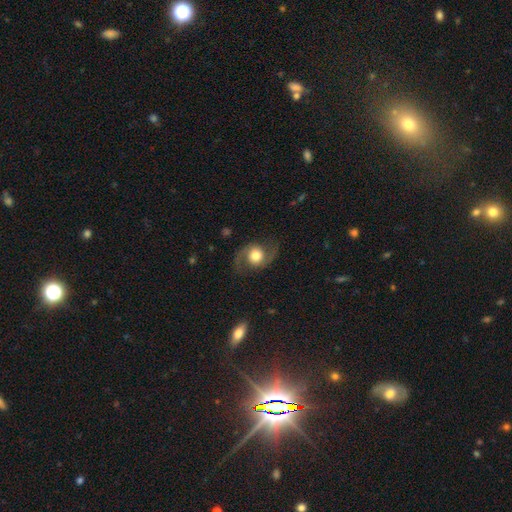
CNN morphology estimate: Smooth or featured?
  - featured or disk: 76% *
  - smooth: 17%
  - star or artifact: 7%
Edge-on disk?
  - no: 97% *
  - yes: 3%
Bar?
  - no: 70% *
  - weak: 23%
  - strong: 6%
Spiral arms?
  - yes: 93% *
  - no: 7%
Spiral winding?
  - loose: 49% *
  - medium: 43%
  - tight: 8%
Spiral arm count?
  - 2: 93% *
  - can't tell: 2%
  - 1: 2%
  - 3: 1%
  - 4: 1%
  - more than 4: 1%
Bulge size?
  - moderate: 50% *
  - large: 37%
  - small: 6%
  - dominant: 6%
  - none: 1%
Merging?
  - none: 78% *
  - minor disturbance: 13%
  - major disturbance: 8%
  - merger: 1%